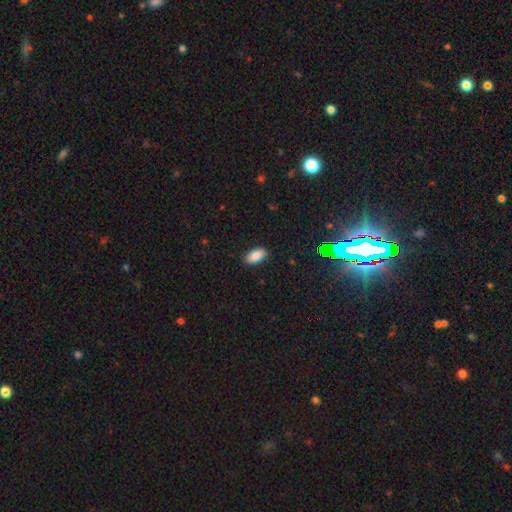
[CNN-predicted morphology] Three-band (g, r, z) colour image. It shows a smooth galaxy with no disk features (85%) that is in between round and cigar-shaped (93%). Merging: none (87%).